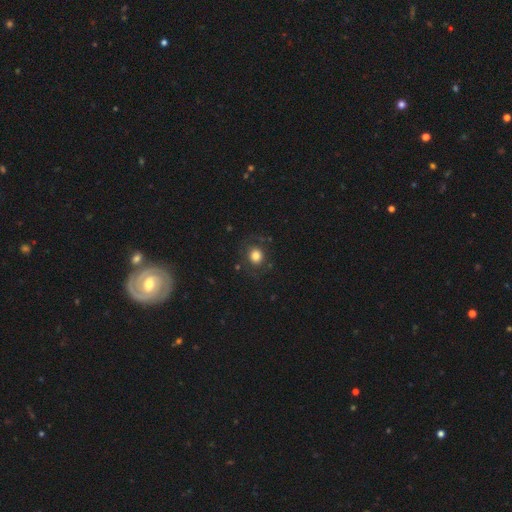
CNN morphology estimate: A smooth galaxy with no disk features (78%) that is round (78%). Merging: none (77%).